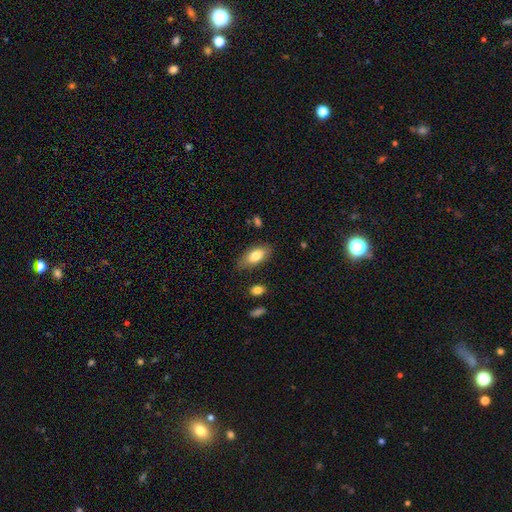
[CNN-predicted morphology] Overall: smooth (80%). How rounded: in between (88%). Merging: none (78%).